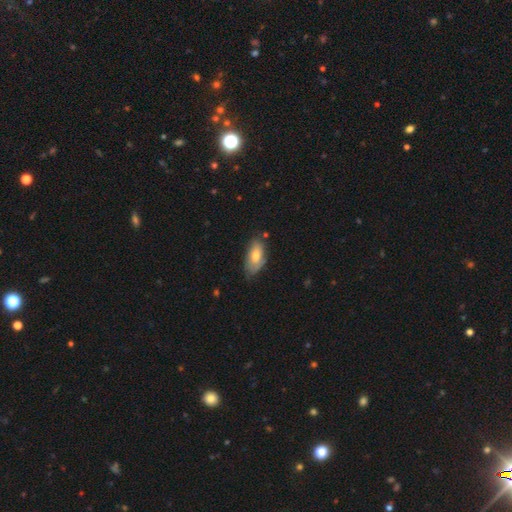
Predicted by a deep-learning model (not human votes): A smooth galaxy with no disk features (69%) that is in between round and cigar-shaped (90%).

Vote fractions:
- Smooth or featured? smooth: 69% / featured or disk: 24% / star or artifact: 6%
- How rounded? in between: 90% / cigar-shaped: 7% / round: 3%
- Merging? none: 60% / minor disturbance: 32% / major disturbance: 6% / merger: 2%